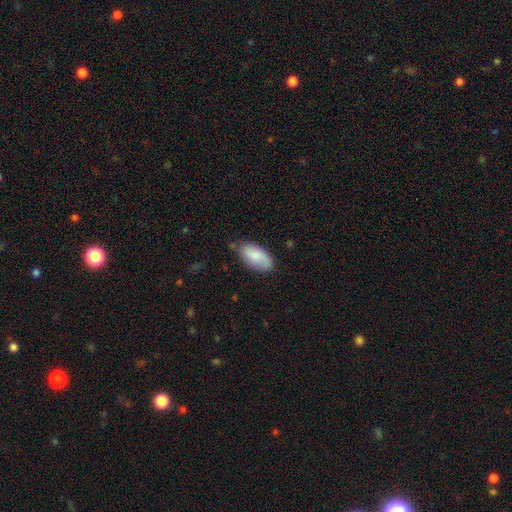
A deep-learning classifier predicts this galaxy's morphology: smooth_or_featured: smooth (p=0.76) [alt: featured or disk p=0.18]
how_rounded: in between (p=0.93) [alt: cigar-shaped p=0.05]
merging: none (p=0.71) [alt: minor disturbance p=0.23]